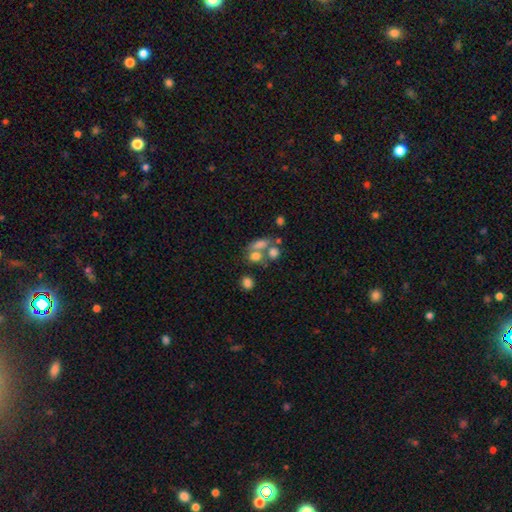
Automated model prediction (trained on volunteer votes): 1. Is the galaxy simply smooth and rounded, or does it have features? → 67% smooth, 18% featured or disk, 15% star or artifact.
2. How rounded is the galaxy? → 54% in between, 43% round, 3% cigar-shaped.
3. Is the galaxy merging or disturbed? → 48% merger, 34% none, 10% minor disturbance, 9% major disturbance.